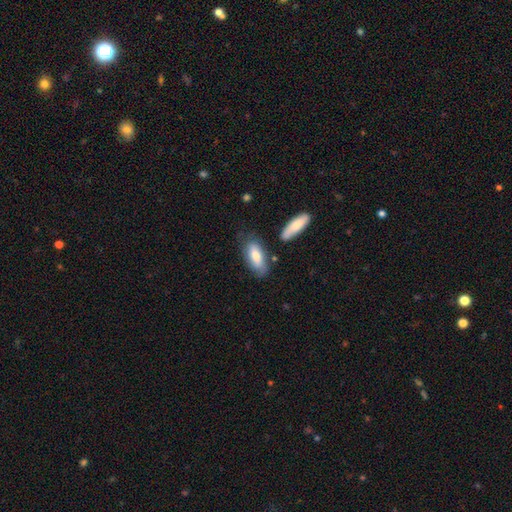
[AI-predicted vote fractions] Overall: smooth (72%). How rounded: in between (77%). Merging: none (68%).